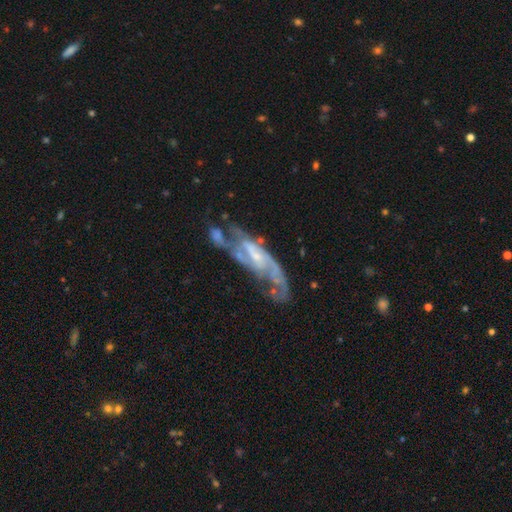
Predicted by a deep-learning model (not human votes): Morphology: type=featured or disk (82%); edge-on=no (84%); bar=weak (42%); spiral arms=yes (88%); winding=medium (46%); arm count=2 (54%); bulge=small (63%); merging=none (44%).